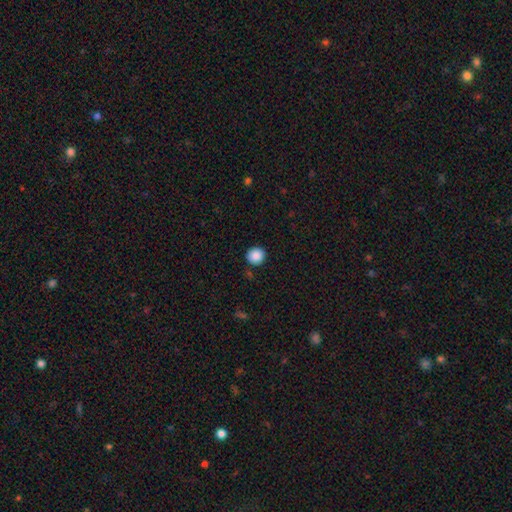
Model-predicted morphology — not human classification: Smooth or featured? smooth (88%)
How rounded? round (91%)
Merging? none (90%)